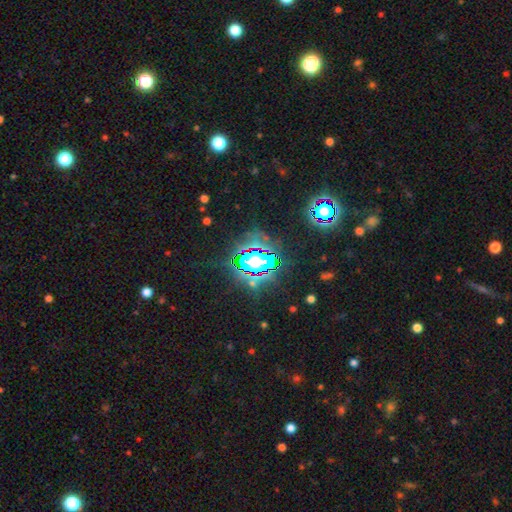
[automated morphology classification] Overall: star or artifact (69%).